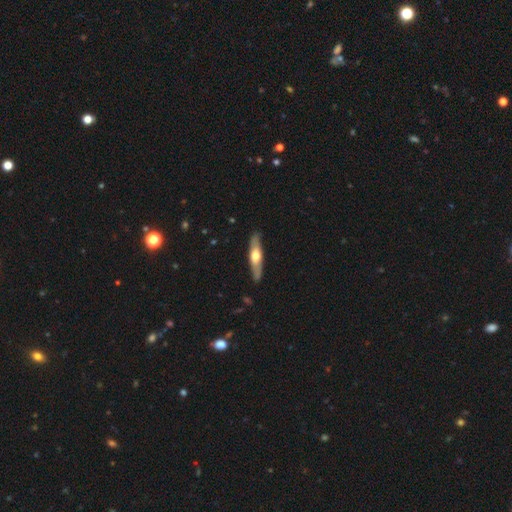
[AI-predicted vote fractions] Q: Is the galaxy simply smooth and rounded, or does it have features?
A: featured or disk — 53%.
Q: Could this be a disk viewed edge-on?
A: yes — 78%.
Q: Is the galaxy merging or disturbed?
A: none — 86%.